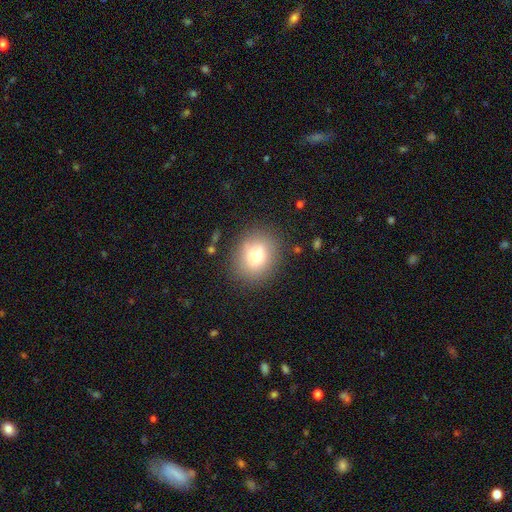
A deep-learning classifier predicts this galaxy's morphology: Smooth or featured: smooth — 70% (featured or disk — 17%)
How rounded: round — 73% (in between — 26%)
Merging: none — 82% (minor disturbance — 11%)